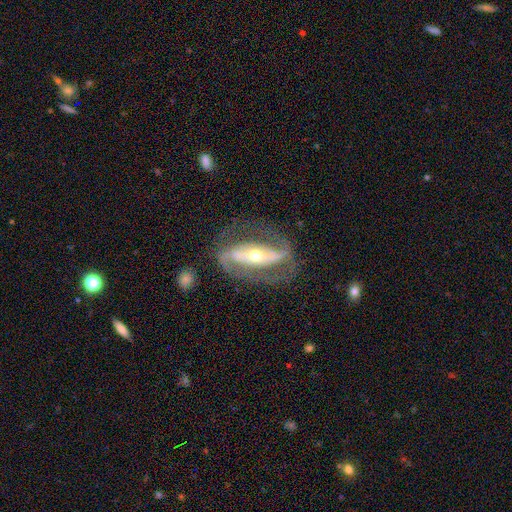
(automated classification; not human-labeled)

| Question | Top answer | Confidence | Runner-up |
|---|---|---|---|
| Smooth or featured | featured or disk | 88% | smooth (8%) |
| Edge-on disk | no | 91% | yes (9%) |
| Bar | strong | 66% | no (17%) |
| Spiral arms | yes | 91% | no (9%) |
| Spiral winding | medium | 47% | tight (30%) |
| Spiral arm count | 2 | 88% | can't tell (5%) |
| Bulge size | moderate | 50% | small (44%) |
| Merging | none | 73% | minor disturbance (14%) |